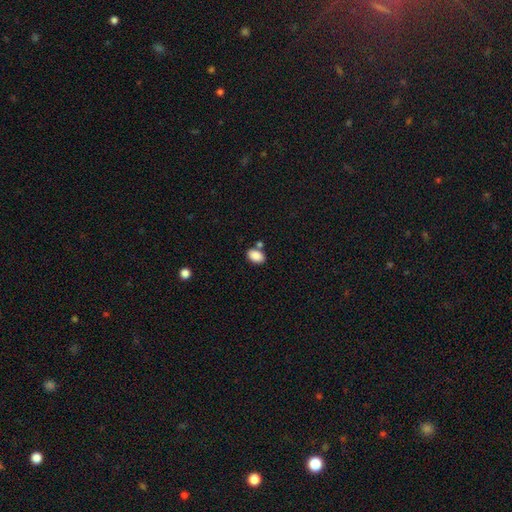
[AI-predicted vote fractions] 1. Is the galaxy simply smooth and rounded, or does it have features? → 88% smooth, 8% star or artifact, 4% featured or disk.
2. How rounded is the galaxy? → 87% in between, 12% round, 1% cigar-shaped.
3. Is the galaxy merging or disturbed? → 70% none, 15% merger, 12% minor disturbance, 3% major disturbance.